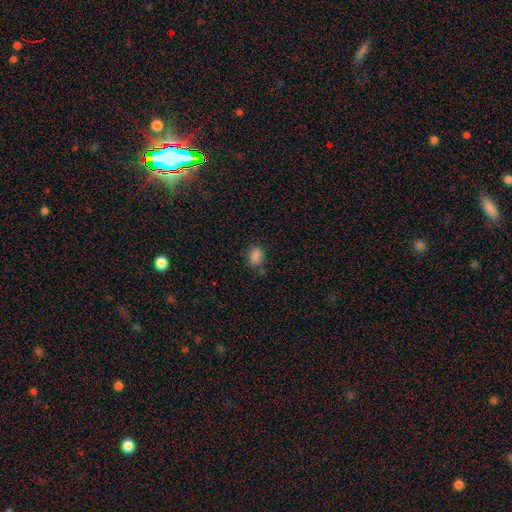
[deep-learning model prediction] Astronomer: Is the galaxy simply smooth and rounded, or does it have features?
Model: smooth — 84%.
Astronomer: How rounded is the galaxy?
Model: in between — 72%.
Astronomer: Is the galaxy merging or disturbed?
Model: none — 71%.